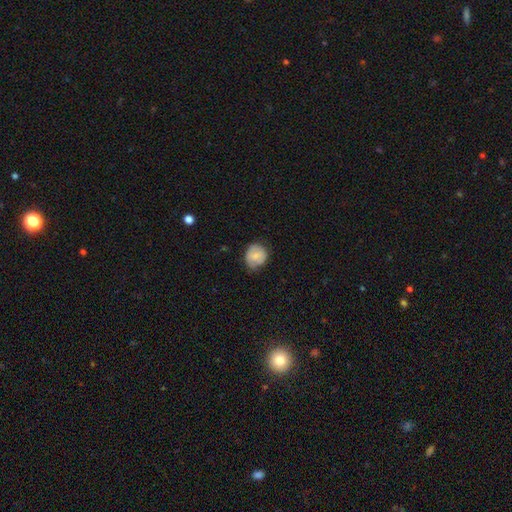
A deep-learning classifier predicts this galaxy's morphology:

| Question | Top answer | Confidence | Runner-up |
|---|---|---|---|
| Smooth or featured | smooth | 71% | featured or disk (21%) |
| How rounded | round | 79% | in between (20%) |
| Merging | none | 66% | minor disturbance (27%) |